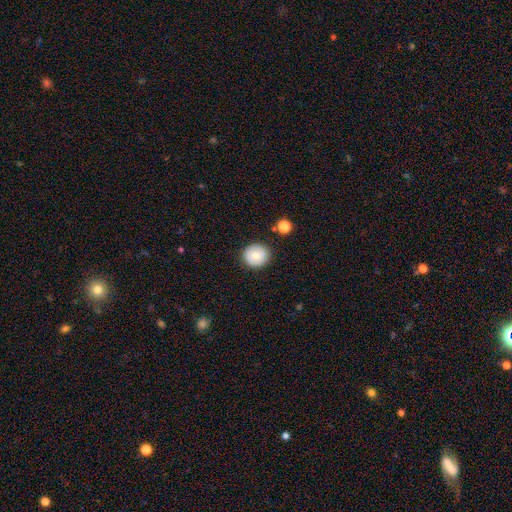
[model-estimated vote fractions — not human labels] smooth_or_featured: smooth (p=0.74) [alt: featured or disk p=0.17]
how_rounded: round (p=0.91) [alt: in between p=0.08]
merging: none (p=0.88) [alt: minor disturbance p=0.09]